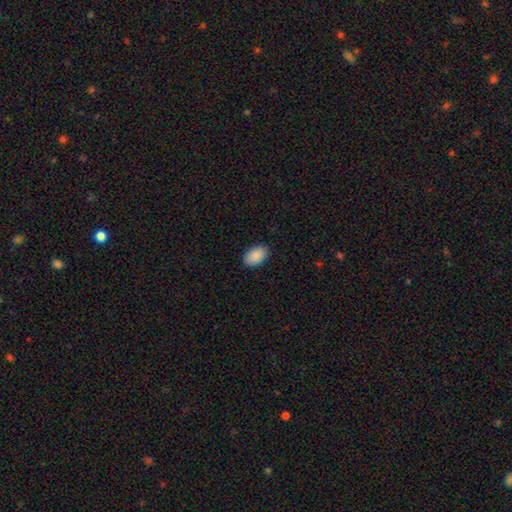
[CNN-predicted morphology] smooth_or_featured: smooth (p=0.90) [alt: star or artifact p=0.06]
how_rounded: in between (p=0.90) [alt: round p=0.09]
merging: none (p=0.89) [alt: minor disturbance p=0.08]